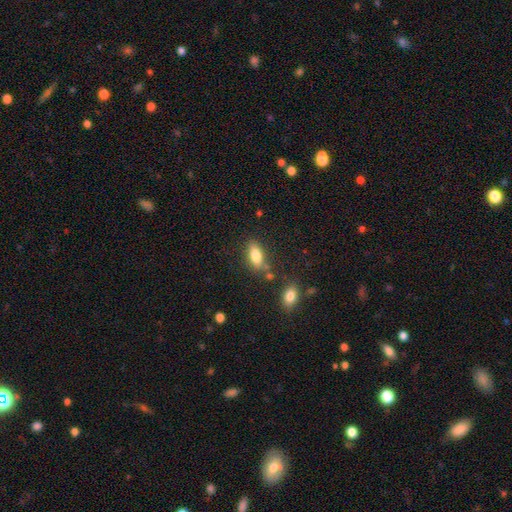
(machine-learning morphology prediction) Overall: smooth (81%). How rounded: in between (82%). Merging: none (73%).